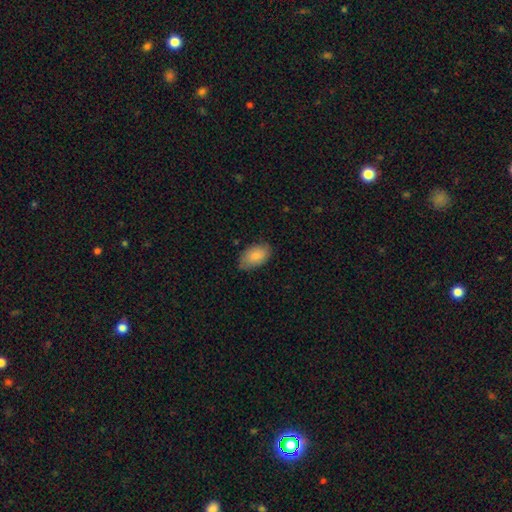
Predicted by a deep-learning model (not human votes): The model was most divided on "merging": none: 75%, minor disturbance: 21%, major disturbance: 3%, merger: 1%. More confident: how rounded — in between (93%); smooth or featured — smooth (84%).